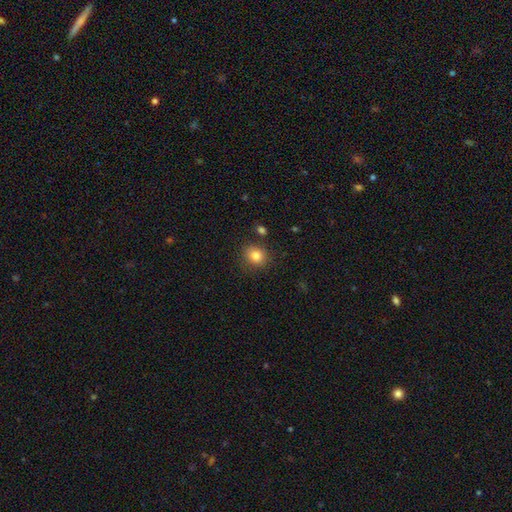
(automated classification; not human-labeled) This is clearly a smooth galaxy (82%). How rounded: likely round (71%). Merging: clearly none (83%).